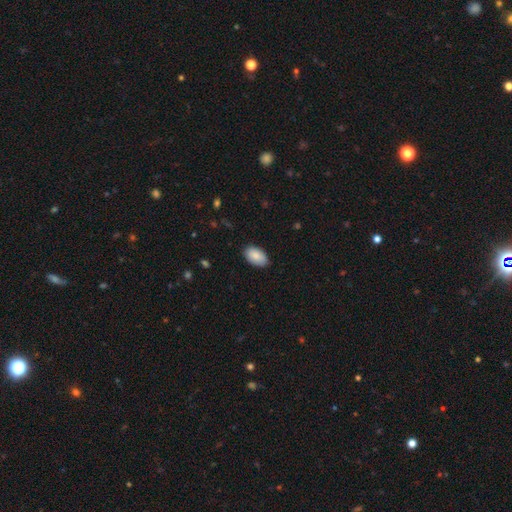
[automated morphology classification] smooth-or-featured: smooth: 88% | star or artifact: 6% | featured or disk: 6%
  how-rounded: in between: 95% | round: 4% | cigar-shaped: 1%
  merging: none: 85% | minor disturbance: 12% | major disturbance: 2% | merger: 1%